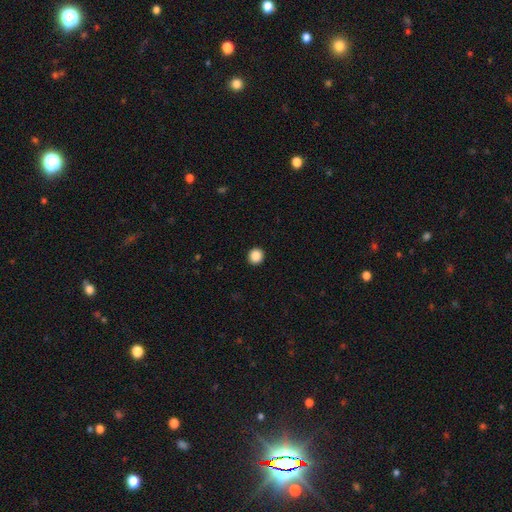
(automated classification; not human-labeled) smooth 89%, star or artifact 9%, featured or disk 2%. Down the decision tree: how rounded — round (93%); merging — none (93%).